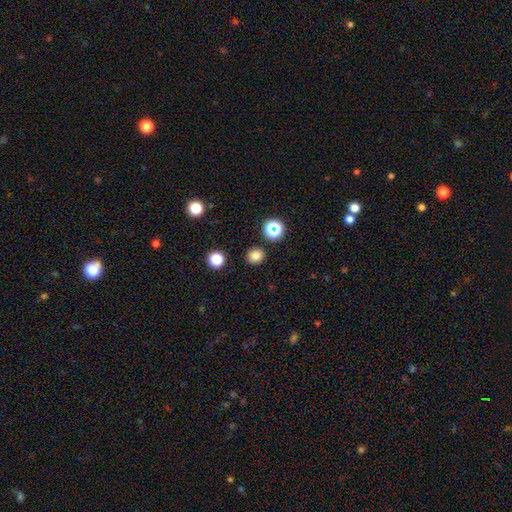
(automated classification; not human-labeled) A smooth galaxy with no disk features (78%) that is round (84%). Merging: none (89%).